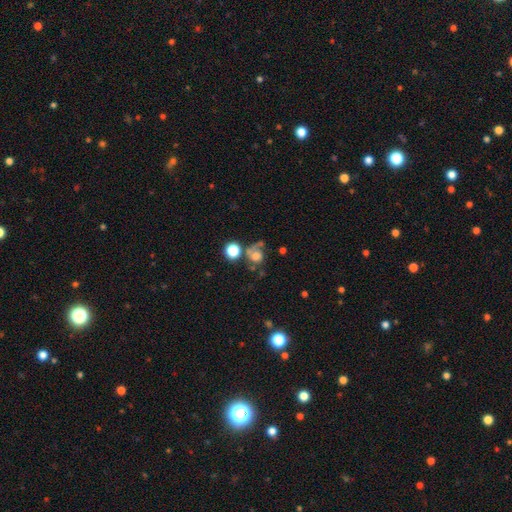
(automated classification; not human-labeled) Morphology: type=smooth (48%); merging=none (38%).